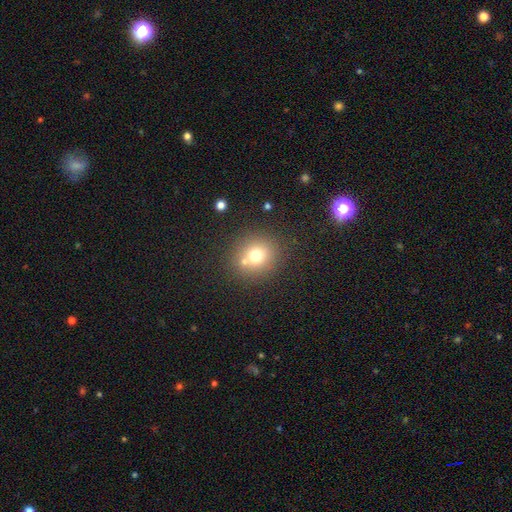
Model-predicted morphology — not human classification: The model was most divided on "merging": none: 70%, merger: 17%, minor disturbance: 10%, major disturbance: 4%. More confident: how rounded — round (85%); smooth or featured — smooth (71%).